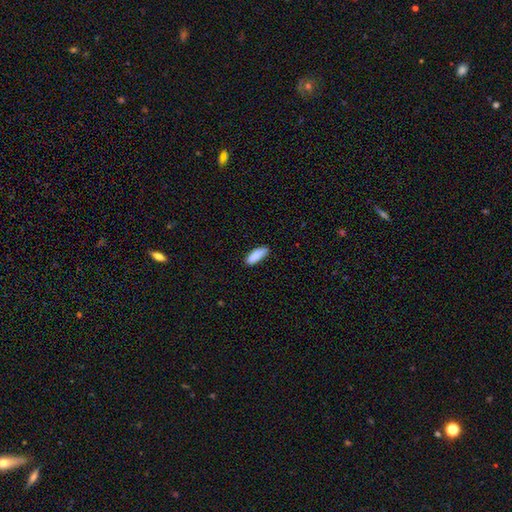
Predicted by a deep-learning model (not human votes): smooth 89%, star or artifact 6%, featured or disk 5%. Down the decision tree: how rounded — in between (62%); merging — none (84%).